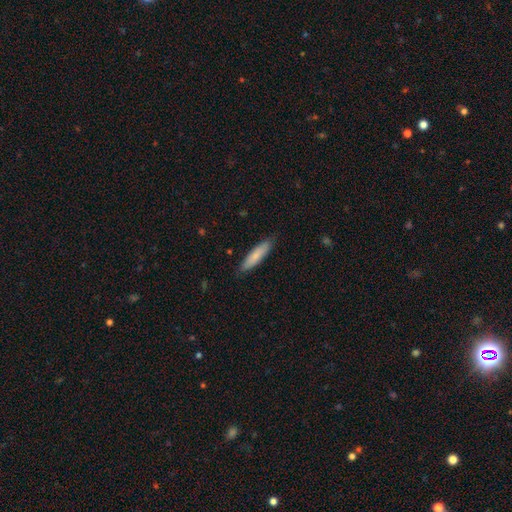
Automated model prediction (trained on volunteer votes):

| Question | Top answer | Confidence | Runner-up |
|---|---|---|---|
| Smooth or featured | smooth | 79% | featured or disk (16%) |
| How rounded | cigar-shaped | 75% | in between (24%) |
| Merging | none | 85% | minor disturbance (12%) |